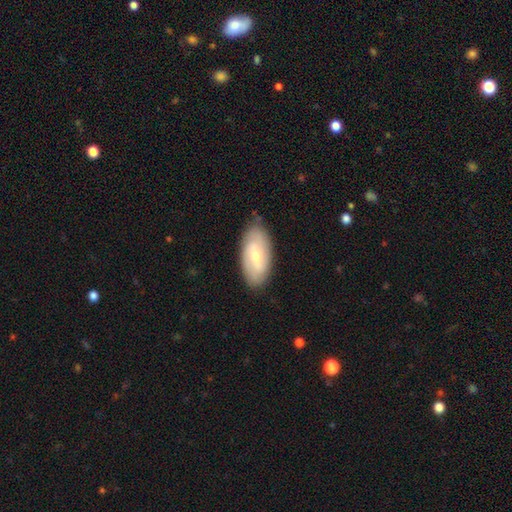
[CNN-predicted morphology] featured or disk 49%, smooth 45%, star or artifact 6%. Down the decision tree: merging — none (83%).